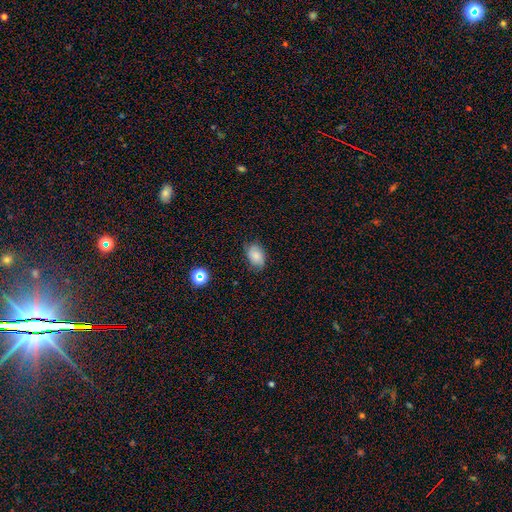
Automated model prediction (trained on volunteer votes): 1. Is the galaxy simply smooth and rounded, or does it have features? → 77% smooth, 12% featured or disk, 10% star or artifact.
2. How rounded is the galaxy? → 81% in between, 18% round, 1% cigar-shaped.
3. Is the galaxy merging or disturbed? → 76% none, 18% minor disturbance, 4% major disturbance, 1% merger.